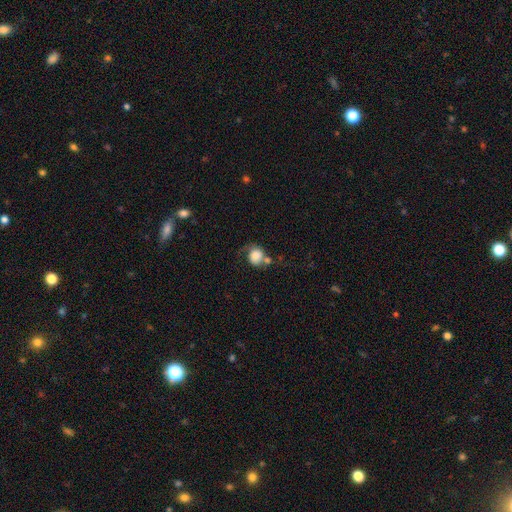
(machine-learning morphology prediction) This is likely a smooth galaxy (67%). How rounded: likely round (70%). Merging: marginally none (33%).